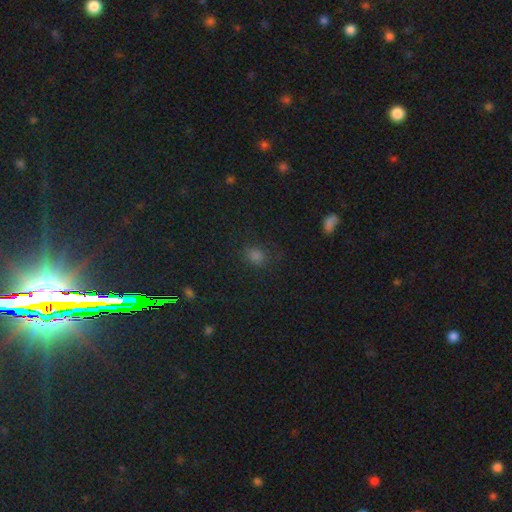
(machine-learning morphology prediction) type=smooth (72%); roundness=round (61%); merging=none (79%).